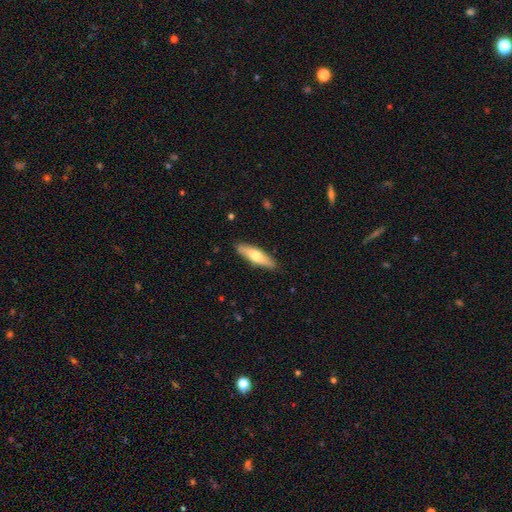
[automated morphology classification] This is likely a smooth galaxy (60%). How rounded: likely cigar-shaped (62%). Merging: clearly none (88%).